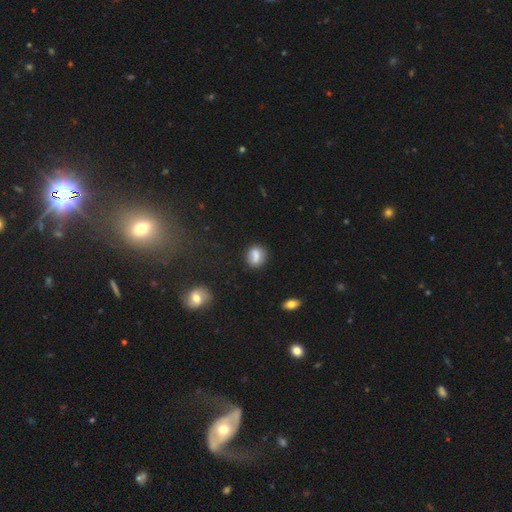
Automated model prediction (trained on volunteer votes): Smooth or featured: smooth — 75% (featured or disk — 16%)
How rounded: round — 50% (in between — 46%)
Merging: none — 72% (minor disturbance — 15%)